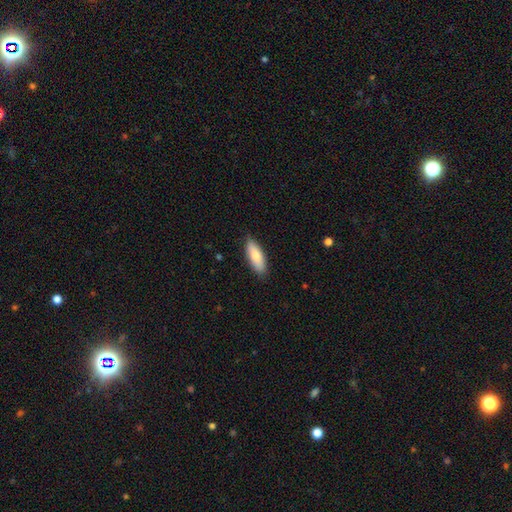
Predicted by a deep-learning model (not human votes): smooth_or_featured: smooth (p=0.80) [alt: featured or disk p=0.15]
how_rounded: in between (p=0.65) [alt: cigar-shaped p=0.33]
merging: none (p=0.86) [alt: minor disturbance p=0.12]